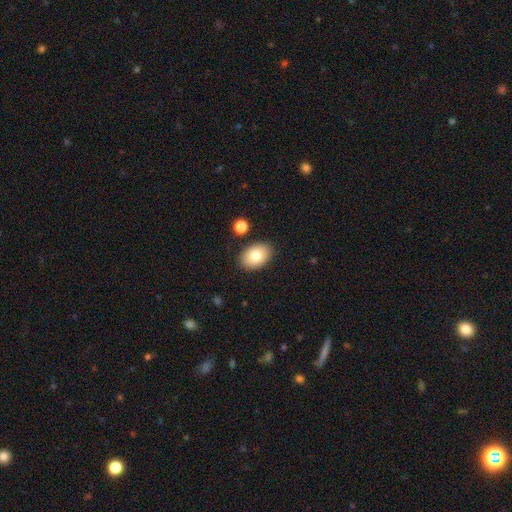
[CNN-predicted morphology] A smooth galaxy with no disk features (80%) that is in between round and cigar-shaped (84%). Merging: none (87%).